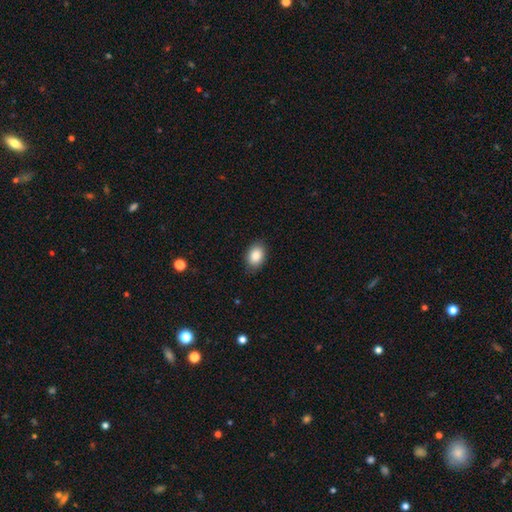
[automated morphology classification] type=smooth (87%); roundness=in between (83%); merging=none (85%).